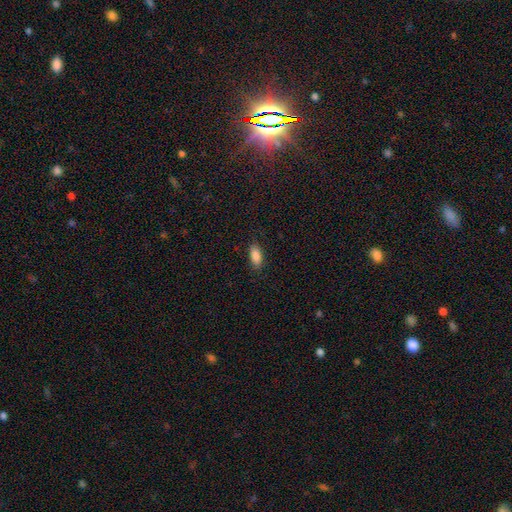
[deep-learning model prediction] Smooth or featured? smooth (87%)
How rounded? in between (87%)
Merging? none (86%)